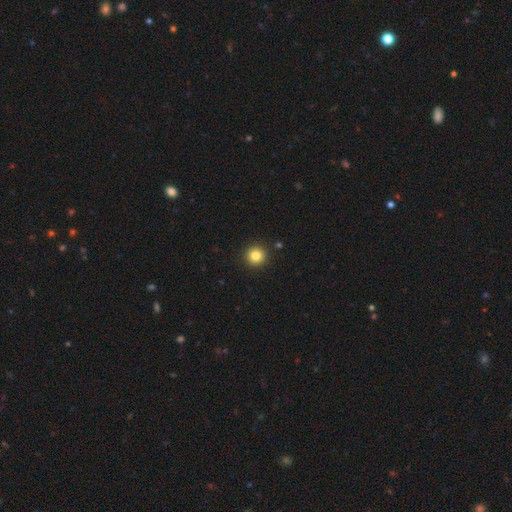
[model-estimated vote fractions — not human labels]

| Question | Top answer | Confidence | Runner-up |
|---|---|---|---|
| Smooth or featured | smooth | 83% | star or artifact (11%) |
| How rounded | round | 95% | in between (4%) |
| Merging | none | 93% | minor disturbance (5%) |